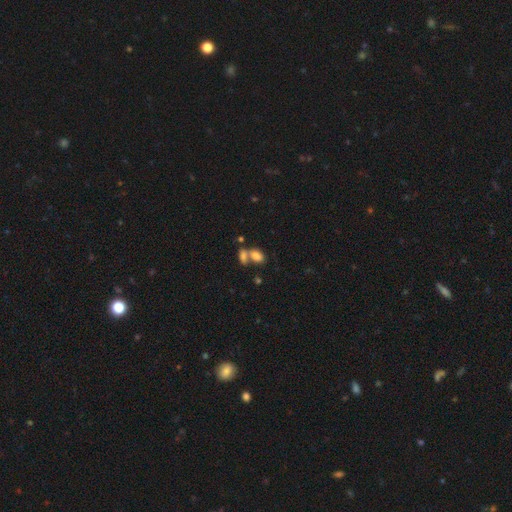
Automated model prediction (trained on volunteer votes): Smooth or featured?
  - smooth: 79% *
  - featured or disk: 11%
  - star or artifact: 10%
How rounded?
  - in between: 87% *
  - round: 11%
  - cigar-shaped: 2%
Merging?
  - merger: 57% *
  - none: 30%
  - minor disturbance: 8%
  - major disturbance: 5%